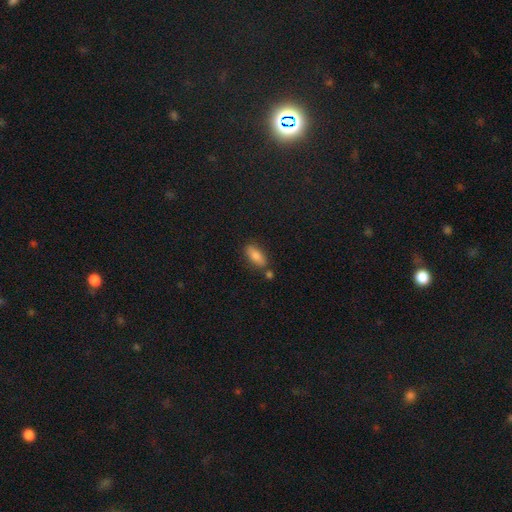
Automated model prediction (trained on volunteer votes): Smooth or featured? Predicted: smooth (p=0.83). How rounded? Predicted: in between (p=0.81). Merging? Predicted: none (p=0.72).